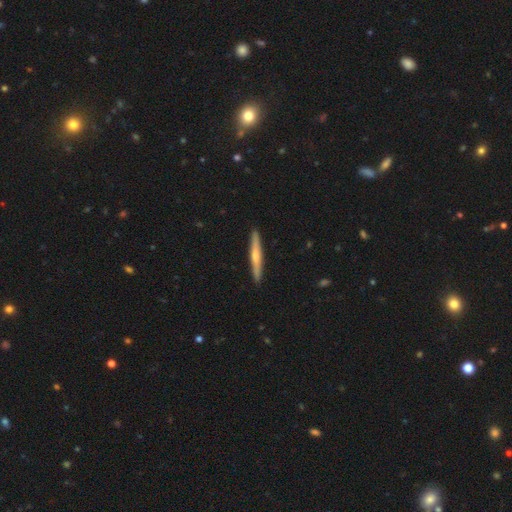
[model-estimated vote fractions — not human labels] Smooth or featured? featured or disk (53%)
Edge-on disk? yes (97%)
Edge-on bulge? rounded (72%)
Merging? none (92%)